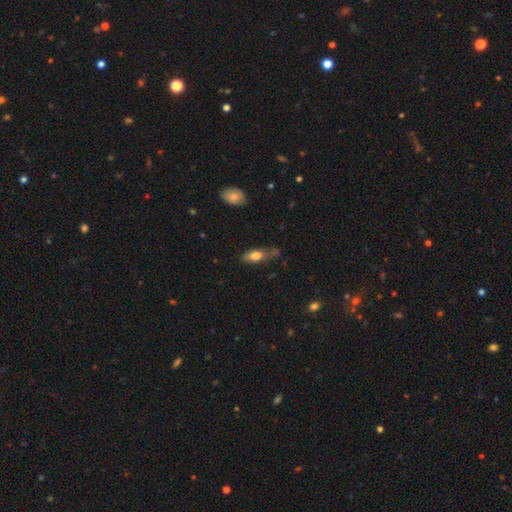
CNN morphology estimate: Smooth or featured? smooth (68%)
How rounded? in between (69%)
Merging? none (50%)